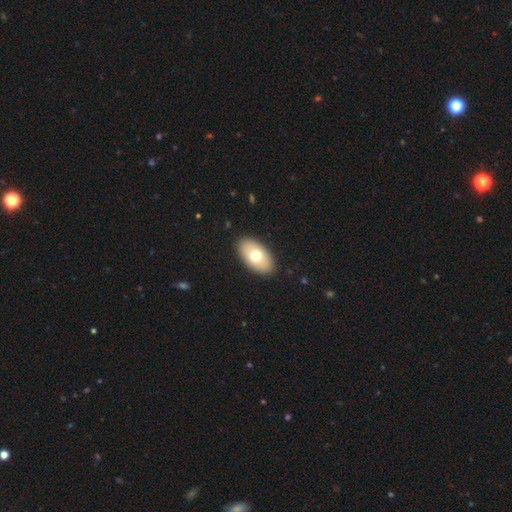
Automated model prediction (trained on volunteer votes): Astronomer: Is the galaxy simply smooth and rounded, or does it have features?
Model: smooth — 68%.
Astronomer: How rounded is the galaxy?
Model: in between — 94%.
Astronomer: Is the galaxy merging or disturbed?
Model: none — 89%.